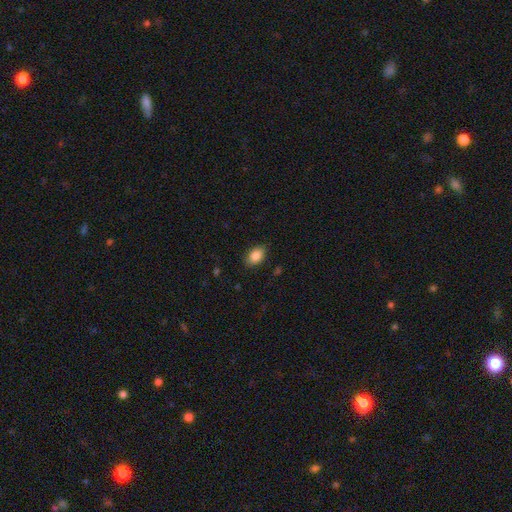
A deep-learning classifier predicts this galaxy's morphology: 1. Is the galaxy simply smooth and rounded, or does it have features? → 87% smooth, 8% star or artifact, 5% featured or disk.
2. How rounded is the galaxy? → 87% in between, 11% round, 1% cigar-shaped.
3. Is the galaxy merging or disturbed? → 85% none, 11% minor disturbance, 3% major disturbance, 1% merger.